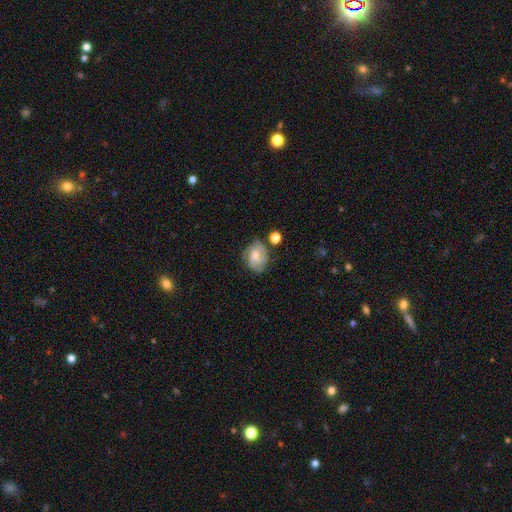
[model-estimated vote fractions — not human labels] smooth_or_featured: featured or disk (p=0.64) [alt: smooth p=0.28]
disk_edge_on: no (p=0.97) [alt: yes p=0.03]
bar: no (p=0.65) [alt: weak p=0.30]
has_spiral_arms: yes (p=0.89) [alt: no p=0.11]
spiral_winding: tight (p=0.50) [alt: medium p=0.38]
spiral_arm_count: 3 (p=0.35) [alt: 2 p=0.26]
bulge_size: small (p=0.48) [alt: moderate p=0.46]
merging: none (p=0.62) [alt: minor disturbance p=0.24]